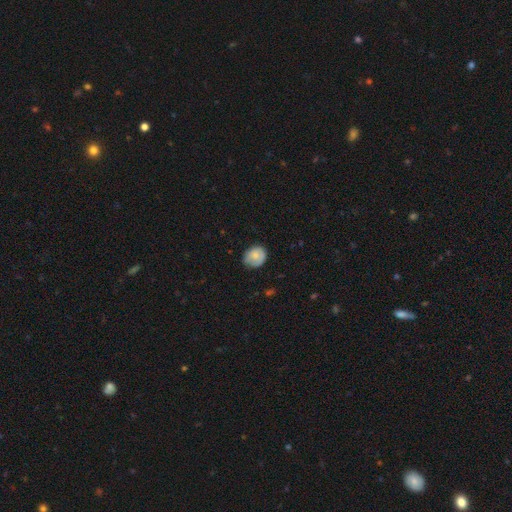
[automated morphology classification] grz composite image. It shows a smooth galaxy with no disk features (73%) that is round (67%). Merging: none (62%).